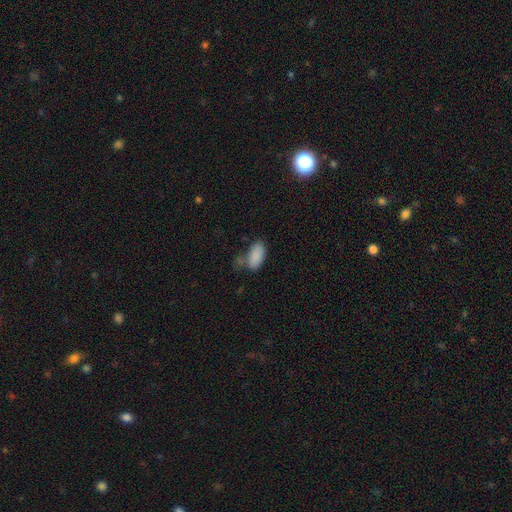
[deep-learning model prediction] Morphology: type=smooth (87%); roundness=in between (93%); merging=none (58%).